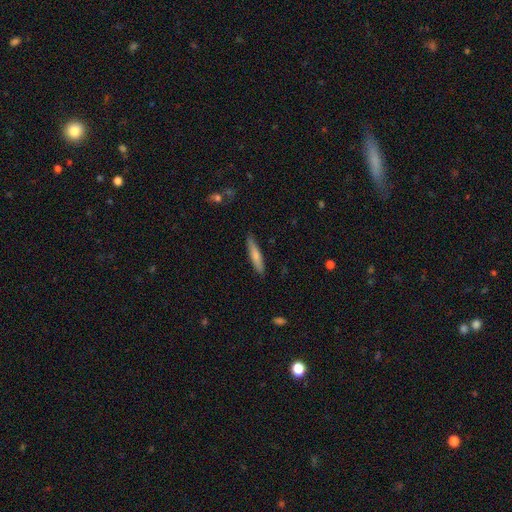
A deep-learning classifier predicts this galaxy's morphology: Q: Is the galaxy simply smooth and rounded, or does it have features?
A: smooth — 70%.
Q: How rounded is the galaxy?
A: cigar-shaped — 86%.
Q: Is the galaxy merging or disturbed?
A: none — 83%.